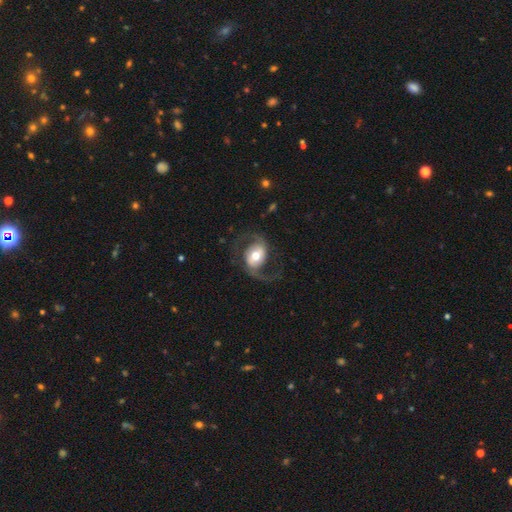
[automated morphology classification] A featured or disk galaxy (81%) with no bar (44%), 2 (92%) loose (53%) spiral arms (92%) and a moderate central bulge (67%).

Vote fractions:
- Smooth or featured? featured or disk: 81% / smooth: 13% / star or artifact: 5%
- Edge-on disk? no: 97% / yes: 3%
- Bar? no: 44% / weak: 35% / strong: 21%
- Spiral arms? yes: 92% / no: 8%
- Spiral winding? loose: 53% / medium: 39% / tight: 8%
- Spiral arm count? 2: 92% / 1: 3% / can't tell: 2% / 3: 1% / 4: 1% / more than 4: 1%
- Bulge size? moderate: 67% / large: 19% / small: 10% / dominant: 3% / none: 1%
- Merging? none: 69% / major disturbance: 16% / minor disturbance: 13% / merger: 1%